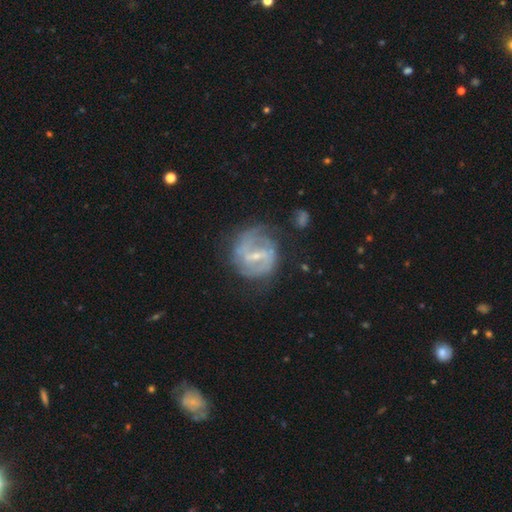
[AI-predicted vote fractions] A featured or disk galaxy (79%) with a weak bar (47%), 2 (60%) medium (41%) spiral arms (82%) and a small central bulge (65%).

Vote fractions:
- Smooth or featured? featured or disk: 79% / smooth: 14% / star or artifact: 6%
- Edge-on disk? no: 97% / yes: 3%
- Bar? weak: 47% / strong: 42% / no: 11%
- Spiral arms? yes: 82% / no: 18%
- Spiral winding? medium: 41% / tight: 39% / loose: 20%
- Spiral arm count? 2: 60% / can't tell: 25% / 3: 6% / 1: 5% / 4: 2% / more than 4: 2%
- Bulge size? small: 65% / moderate: 27% / none: 5% / large: 1% / dominant: 1%
- Merging? none: 61% / minor disturbance: 23% / major disturbance: 14% / merger: 3%